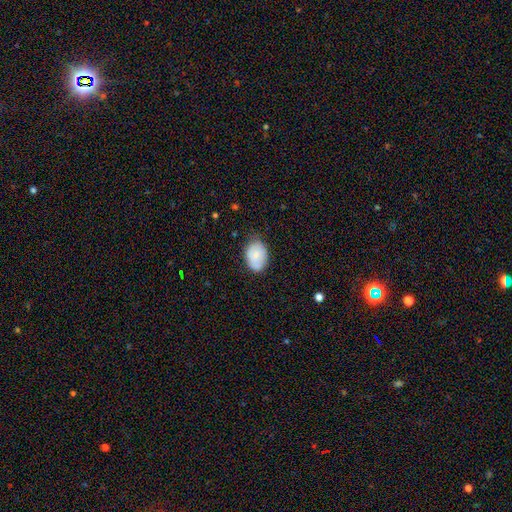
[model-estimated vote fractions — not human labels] Q: Smooth or featured?
A: smooth (75%); runner-up: featured or disk (18%)
Q: How rounded?
A: in between (80%); runner-up: round (19%)
Q: Merging?
A: none (69%); runner-up: minor disturbance (25%)